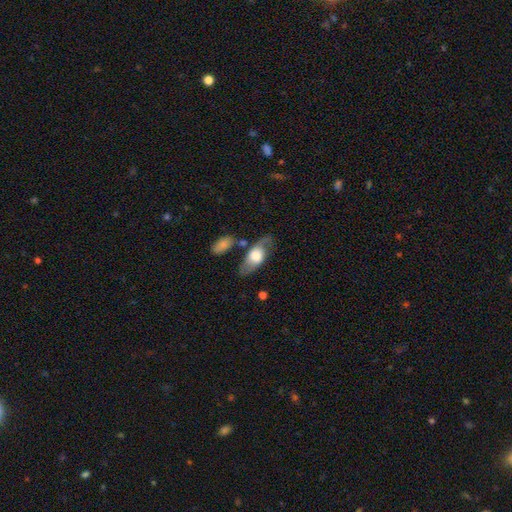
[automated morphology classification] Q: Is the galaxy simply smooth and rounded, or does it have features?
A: smooth — 47%, tied with featured or disk.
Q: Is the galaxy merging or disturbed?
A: none — 60%.